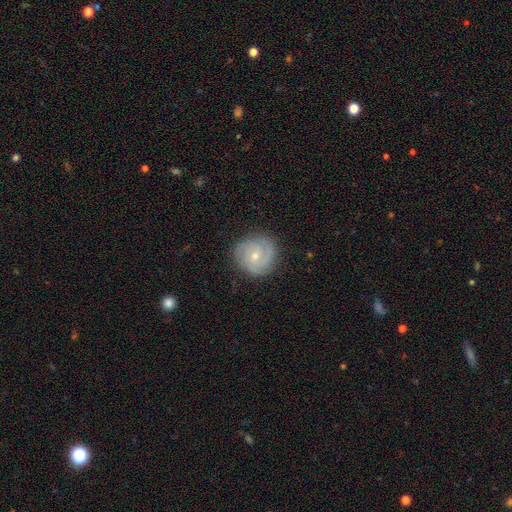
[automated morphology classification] This appears to be a featured or disk galaxy (75%) with no bar (63%), 2 (41%) tight (57%) spiral arms (94%) and a small central bulge (64%). Merging: none (82%).